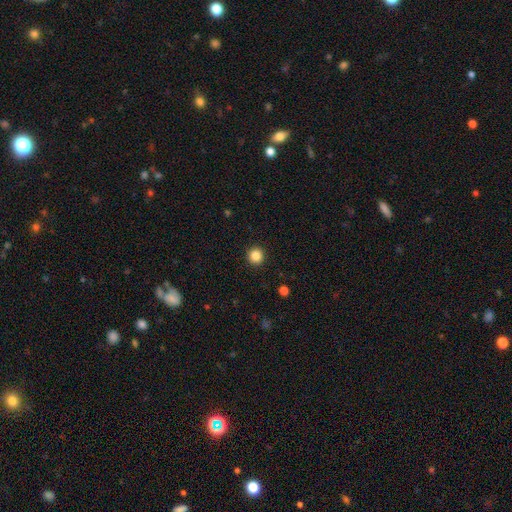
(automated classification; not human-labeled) This is clearly a smooth galaxy (85%). How rounded: clearly round (95%). Merging: clearly none (93%).